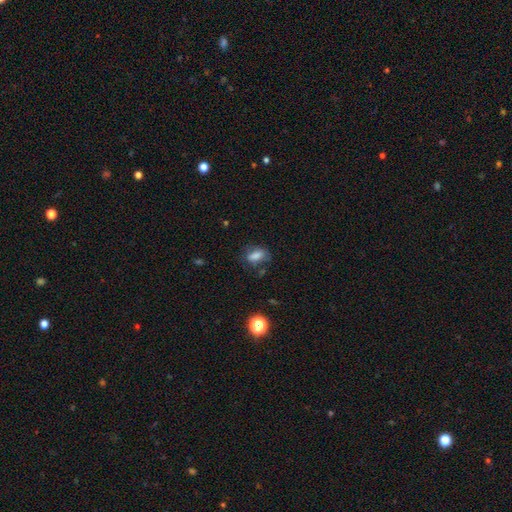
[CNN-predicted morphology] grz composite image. It shows a smooth galaxy with no disk features (73%) that is in between round and cigar-shaped (81%). Merging: none (58%).